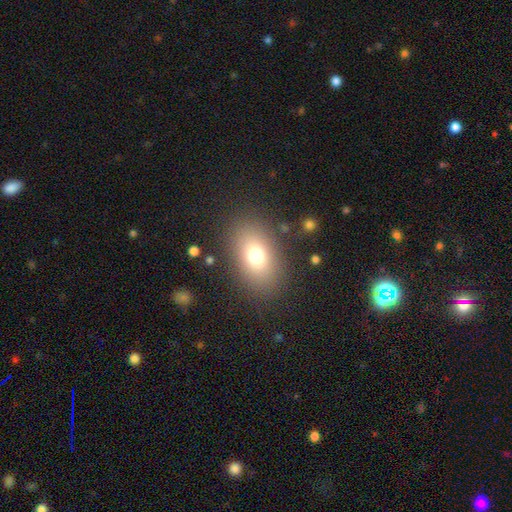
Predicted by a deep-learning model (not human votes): Q: Smooth or featured?
A: smooth (74%); runner-up: featured or disk (13%)
Q: How rounded?
A: in between (79%); runner-up: round (20%)
Q: Merging?
A: none (84%); runner-up: minor disturbance (9%)